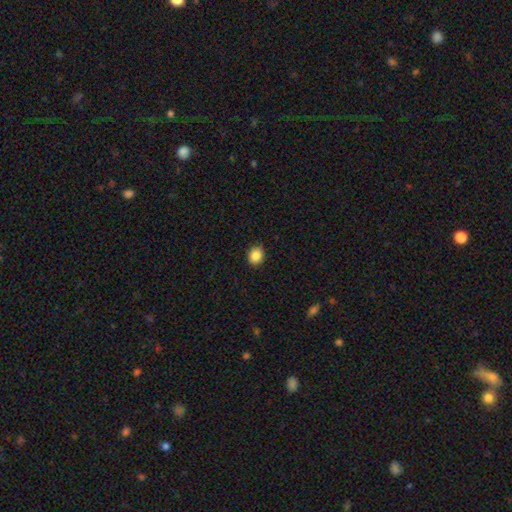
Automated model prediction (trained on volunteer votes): This is clearly a smooth galaxy (86%). How rounded: likely round (69%). Merging: clearly none (89%).